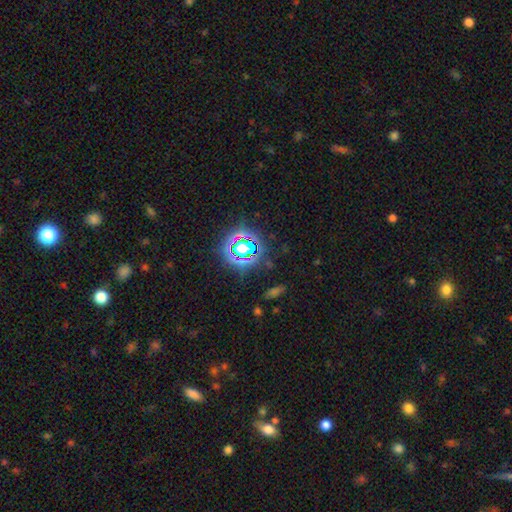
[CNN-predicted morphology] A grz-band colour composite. It shows a star or artifact, not a galaxy (77%).